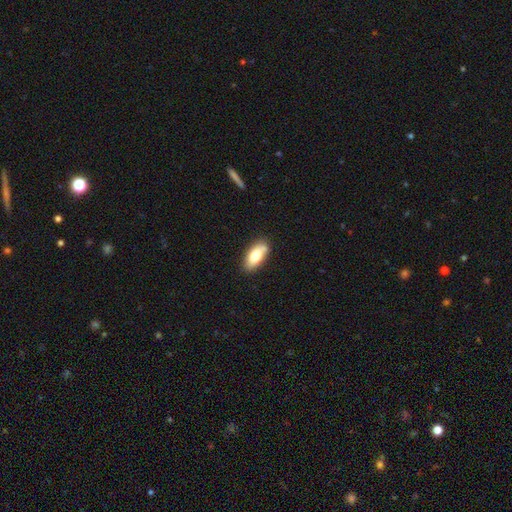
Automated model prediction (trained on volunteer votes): Smooth or featured? Predicted: smooth (p=0.77). How rounded? Predicted: in between (p=0.86). Merging? Predicted: none (p=0.75).